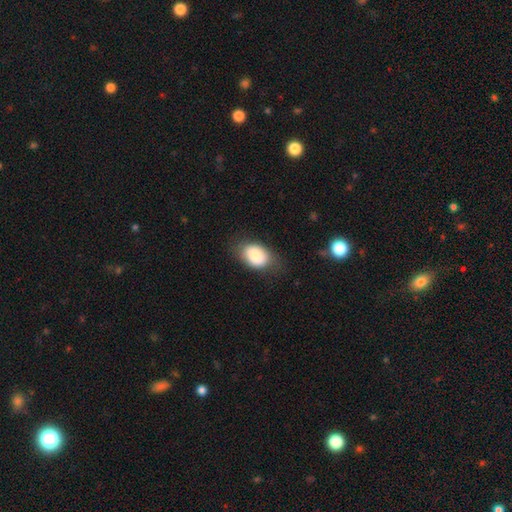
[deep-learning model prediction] Smooth or featured? smooth (79%)
How rounded? in between (79%)
Merging? none (73%)